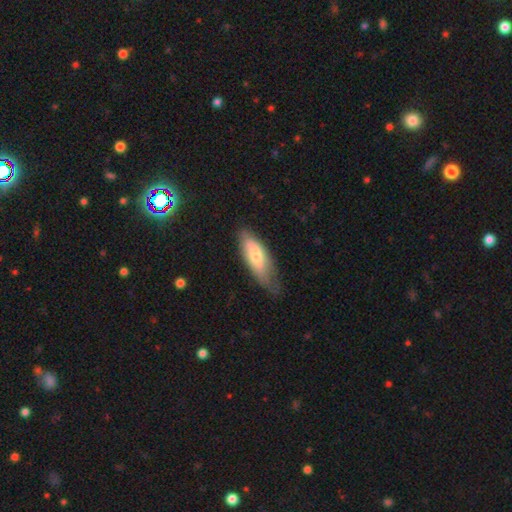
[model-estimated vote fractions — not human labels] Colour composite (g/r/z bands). It shows a smooth galaxy with no disk features (62%) that is in between round and cigar-shaped (68%). Merging: none (50%).